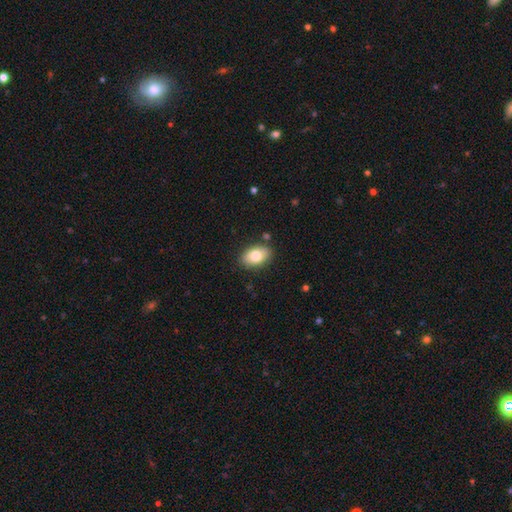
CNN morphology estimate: A smooth galaxy with no disk features (81%) that is in between round and cigar-shaped (90%). Merging: none (84%).